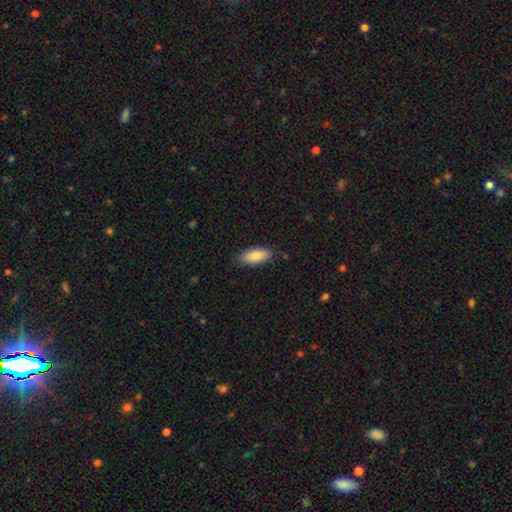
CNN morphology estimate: Smooth or featured?
  - smooth: 87% *
  - featured or disk: 7%
  - star or artifact: 6%
How rounded?
  - in between: 85% *
  - cigar-shaped: 13%
  - round: 2%
Merging?
  - none: 82% *
  - minor disturbance: 14%
  - major disturbance: 3%
  - merger: 1%